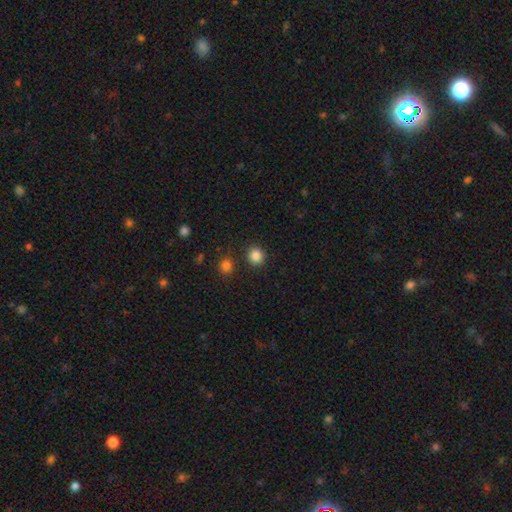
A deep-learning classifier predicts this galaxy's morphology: Smooth or featured: smooth — 85% (star or artifact — 11%)
How rounded: round — 91% (in between — 8%)
Merging: none — 88% (minor disturbance — 6%)